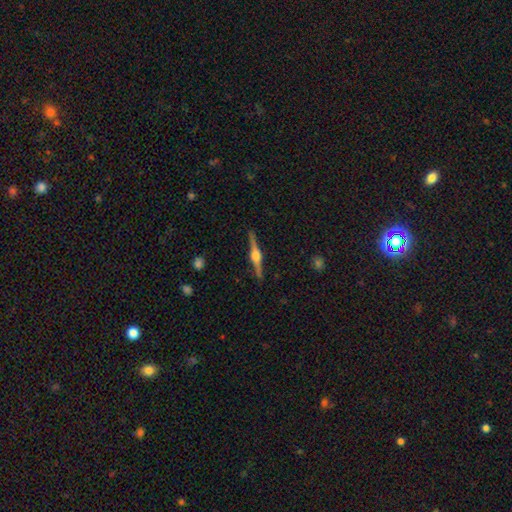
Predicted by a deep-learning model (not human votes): Morphology: type=featured or disk (86%); edge-on=yes (99%); edge-on bulge=rounded (93%); merging=none (91%).